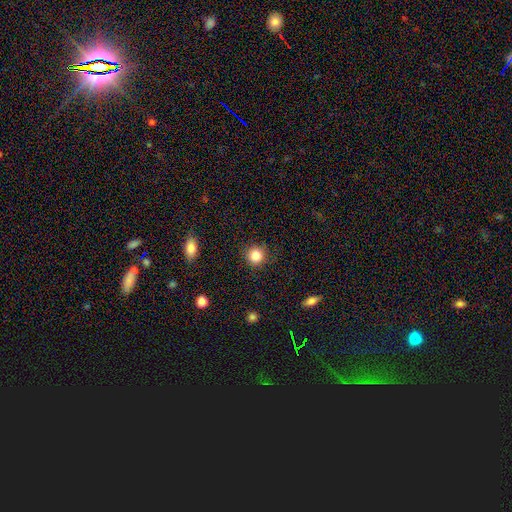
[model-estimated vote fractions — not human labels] smooth_or_featured: smooth (p=0.85) [alt: star or artifact p=0.10]
how_rounded: round (p=0.92) [alt: in between p=0.07]
merging: none (p=0.87) [alt: minor disturbance p=0.09]